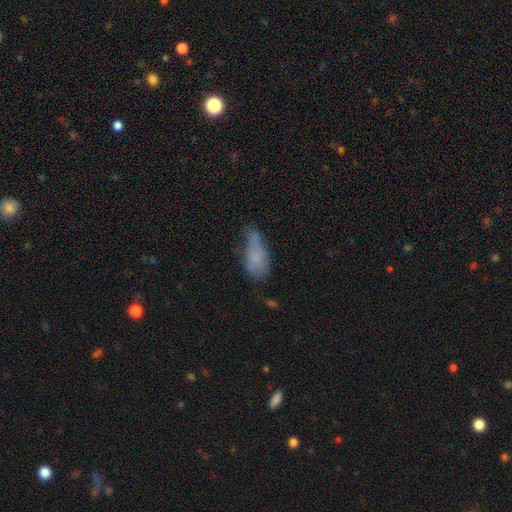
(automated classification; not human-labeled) Smooth or featured?
  - smooth: 67% *
  - featured or disk: 21%
  - star or artifact: 11%
How rounded?
  - in between: 82% *
  - cigar-shaped: 14%
  - round: 3%
Merging?
  - minor disturbance: 36% *
  - none: 33%
  - major disturbance: 23%
  - merger: 8%